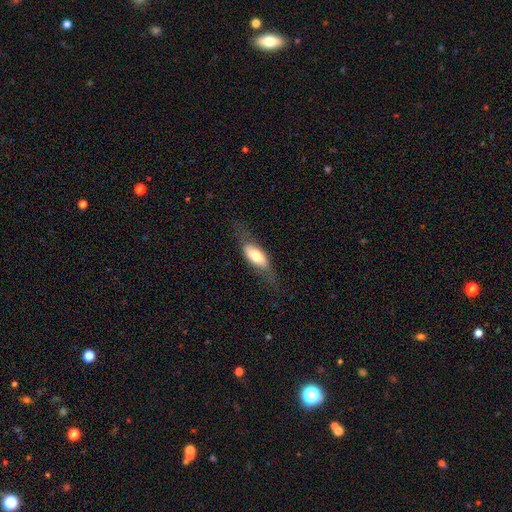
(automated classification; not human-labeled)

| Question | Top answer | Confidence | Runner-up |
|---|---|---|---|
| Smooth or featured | smooth | 61% | featured or disk (33%) |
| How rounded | in between | 72% | cigar-shaped (24%) |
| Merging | none | 63% | minor disturbance (22%) |